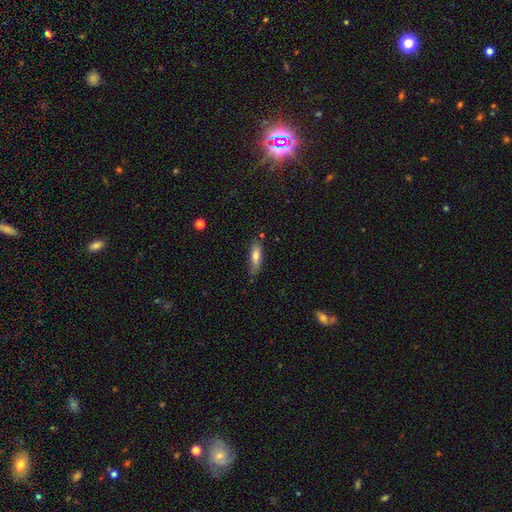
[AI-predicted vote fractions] Q: Smooth or featured?
A: smooth (75%); runner-up: featured or disk (17%)
Q: How rounded?
A: cigar-shaped (50%); runner-up: in between (48%)
Q: Merging?
A: none (65%); runner-up: minor disturbance (25%)